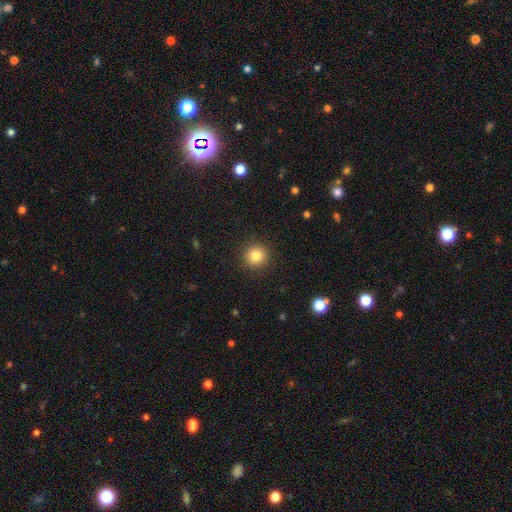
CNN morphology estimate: type=smooth (84%); roundness=round (93%); merging=none (91%).